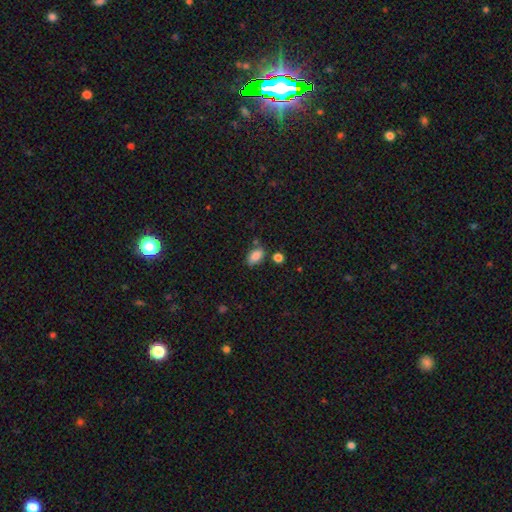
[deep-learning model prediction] Smooth or featured: smooth — 85% (star or artifact — 8%)
How rounded: in between — 90% (round — 7%)
Merging: none — 70% (minor disturbance — 17%)